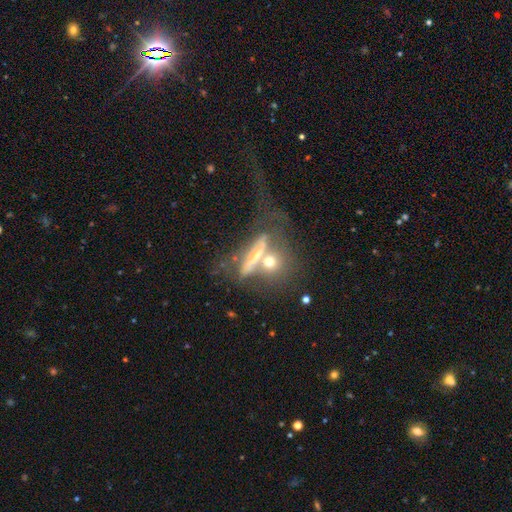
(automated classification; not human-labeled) smooth-or-featured: featured or disk: 50% | smooth: 39% | star or artifact: 12%
  merging: merger: 41% | none: 31% | major disturbance: 15% | minor disturbance: 13%